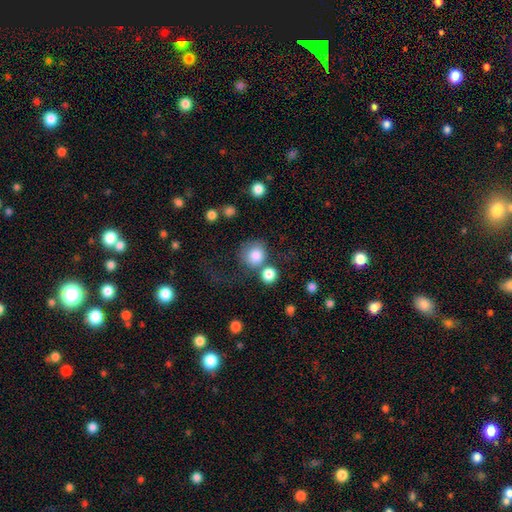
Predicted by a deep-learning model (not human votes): Smooth or featured: smooth — 82% (star or artifact — 9%)
How rounded: round — 86% (in between — 14%)
Merging: none — 46% (merger — 30%)